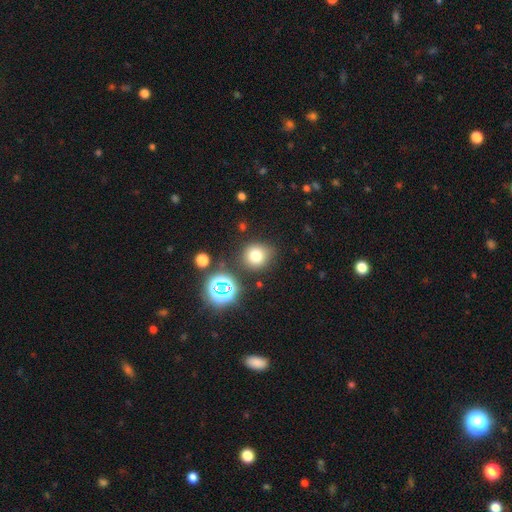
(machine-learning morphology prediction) smooth_or_featured: smooth (p=0.73) [alt: star or artifact p=0.18]
how_rounded: round (p=0.86) [alt: in between p=0.13]
merging: none (p=0.79) [alt: minor disturbance p=0.12]